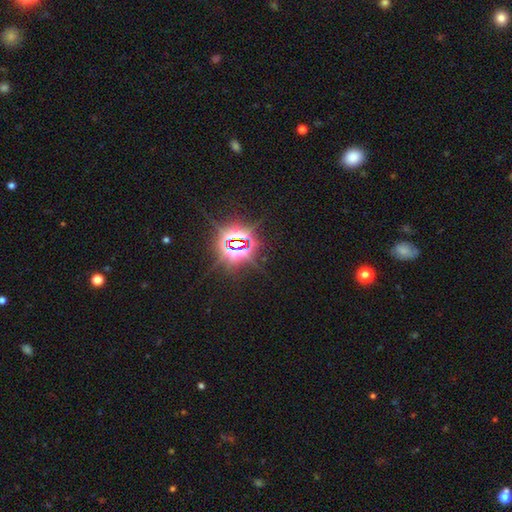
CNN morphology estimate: smooth_or_featured: star or artifact (p=0.83) [alt: smooth p=0.11]